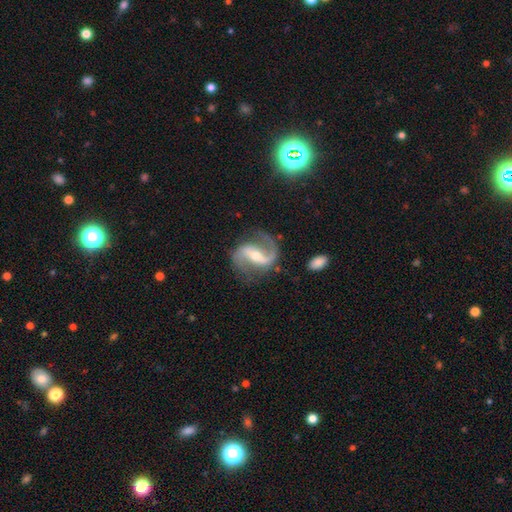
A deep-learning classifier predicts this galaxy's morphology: Smooth or featured?
  - featured or disk: 90% *
  - smooth: 5%
  - star or artifact: 5%
Edge-on disk?
  - no: 97% *
  - yes: 3%
Bar?
  - strong: 53% *
  - weak: 31%
  - no: 15%
Spiral arms?
  - yes: 97% *
  - no: 3%
Spiral winding?
  - loose: 46% *
  - medium: 43%
  - tight: 11%
Spiral arm count?
  - 2: 88% *
  - 1: 7%
  - can't tell: 2%
  - 3: 1%
  - 4: 1%
  - more than 4: 1%
Bulge size?
  - moderate: 49% *
  - small: 46%
  - large: 3%
  - none: 2%
  - dominant: 1%
Merging?
  - none: 75% *
  - minor disturbance: 15%
  - major disturbance: 9%
  - merger: 2%